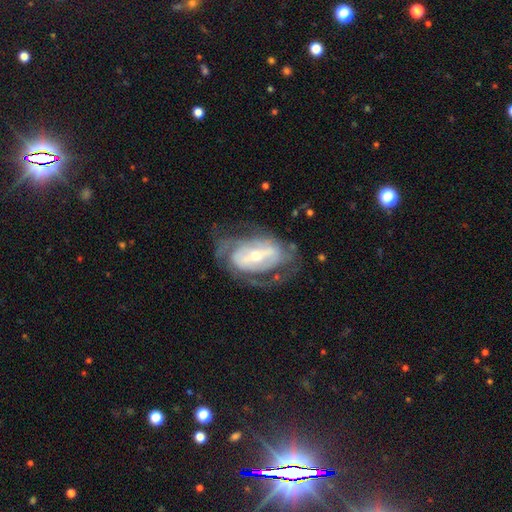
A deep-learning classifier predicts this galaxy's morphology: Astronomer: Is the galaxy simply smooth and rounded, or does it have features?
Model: featured or disk — 83%.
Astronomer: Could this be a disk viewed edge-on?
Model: no — 94%.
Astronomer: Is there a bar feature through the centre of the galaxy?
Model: strong — 45% (runner-up: weak, 33%).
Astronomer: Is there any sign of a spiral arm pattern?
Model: yes — 83%.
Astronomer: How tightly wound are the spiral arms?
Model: tight — 46% (runner-up: medium, 38%).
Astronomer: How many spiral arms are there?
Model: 2 — 51% (runner-up: can't tell, 29%).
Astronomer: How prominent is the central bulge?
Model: small — 50% (runner-up: moderate, 44%).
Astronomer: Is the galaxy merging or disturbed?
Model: none — 60%.